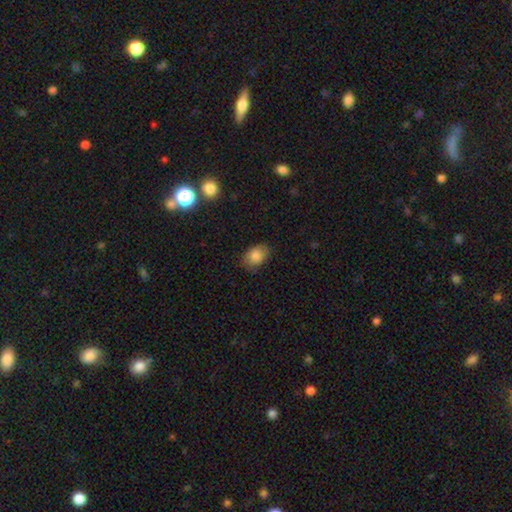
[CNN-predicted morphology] Overall: smooth (84%). How rounded: in between (76%). Merging: none (79%).